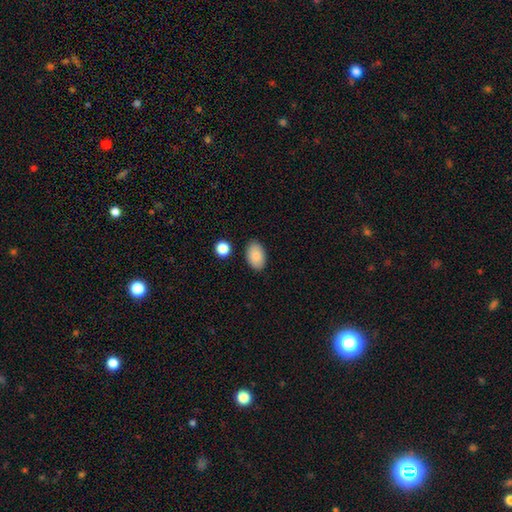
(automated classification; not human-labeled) This is clearly a smooth galaxy (88%). How rounded: clearly in between (92%). Merging: clearly none (86%).